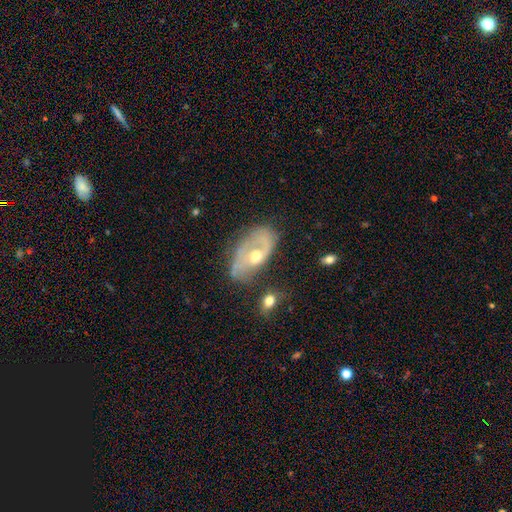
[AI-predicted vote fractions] The model was most divided on "spiral arms": yes: 57%, no: 43%. Remaining: edge-on disk — no (93%); bulge size — moderate (68%); smooth or featured — featured or disk (67%); bar — no (64%); merging — none (50%).